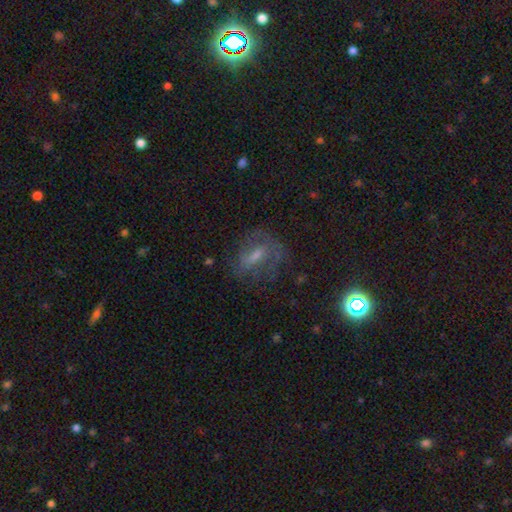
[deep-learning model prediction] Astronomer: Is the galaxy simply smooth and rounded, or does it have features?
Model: featured or disk — 50% (runner-up: smooth, 32%).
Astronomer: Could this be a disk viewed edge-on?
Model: no — 90%.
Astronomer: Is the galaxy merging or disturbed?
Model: none — 55%.